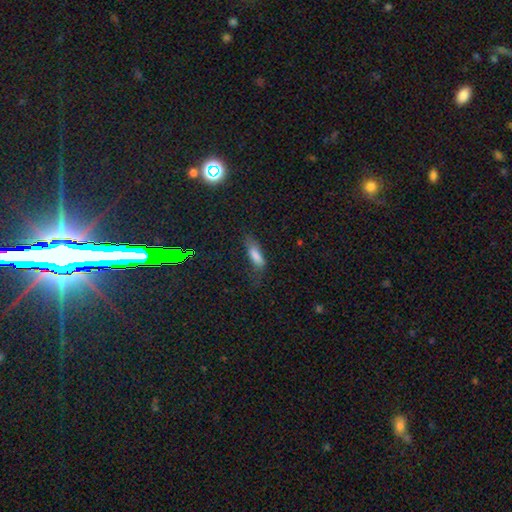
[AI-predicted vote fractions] The model was most divided on "how rounded": in between: 57%, cigar-shaped: 40%, round: 3%. More confident: smooth or featured — smooth (73%); merging — none (53%).